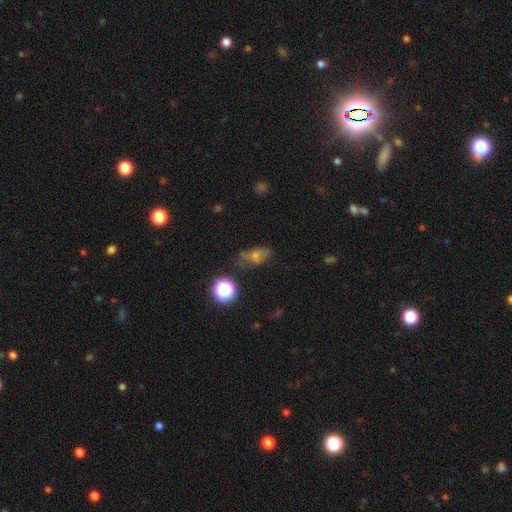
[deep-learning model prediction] This appears to be a smooth galaxy with no disk features (49%). Merging: none (61%).